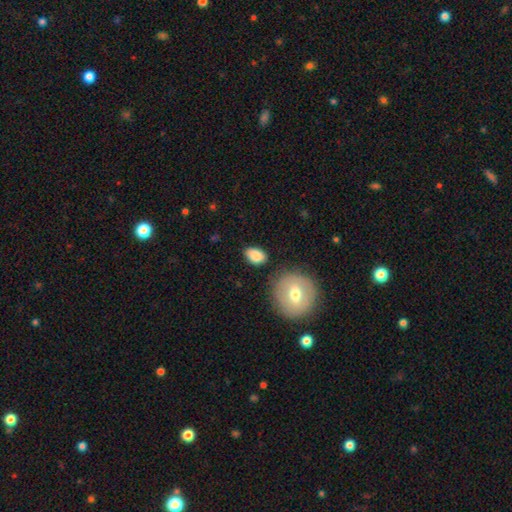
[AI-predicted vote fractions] Smooth or featured? smooth (85%)
How rounded? in between (82%)
Merging? none (76%)